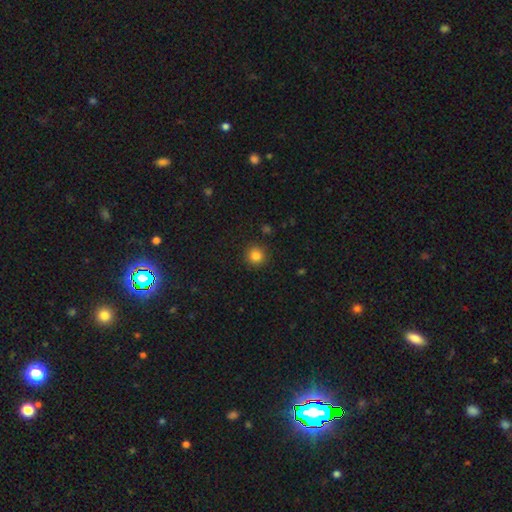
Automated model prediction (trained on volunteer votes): smooth_or_featured: smooth (p=0.83) [alt: star or artifact p=0.12]
how_rounded: round (p=0.93) [alt: in between p=0.06]
merging: none (p=0.91) [alt: minor disturbance p=0.06]